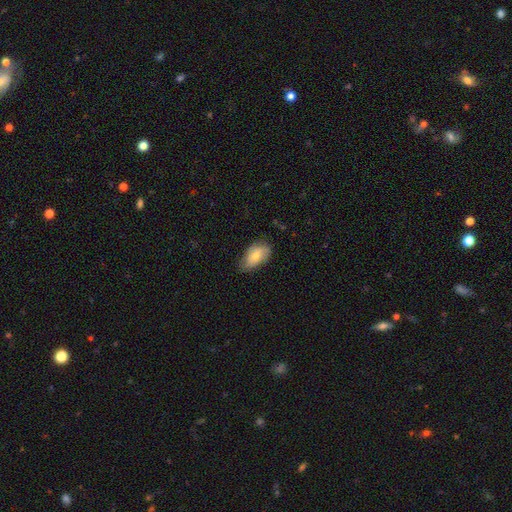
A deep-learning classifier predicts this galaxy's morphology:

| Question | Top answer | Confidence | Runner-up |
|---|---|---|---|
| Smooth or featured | smooth | 65% | featured or disk (28%) |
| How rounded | in between | 91% | round (6%) |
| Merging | none | 66% | minor disturbance (28%) |